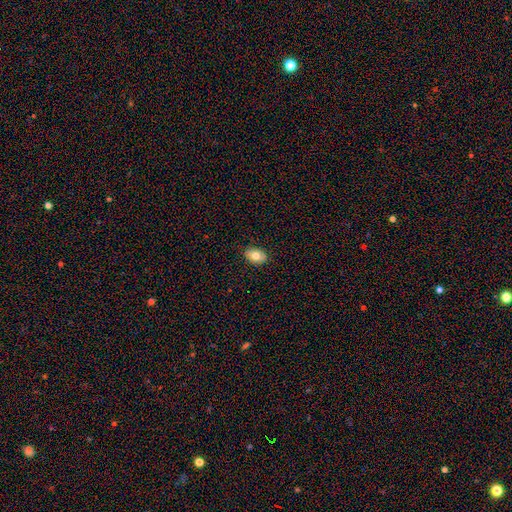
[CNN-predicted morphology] Q: Smooth or featured?
A: smooth (76%); runner-up: featured or disk (17%)
Q: How rounded?
A: in between (82%); runner-up: round (16%)
Q: Merging?
A: none (87%); runner-up: minor disturbance (10%)